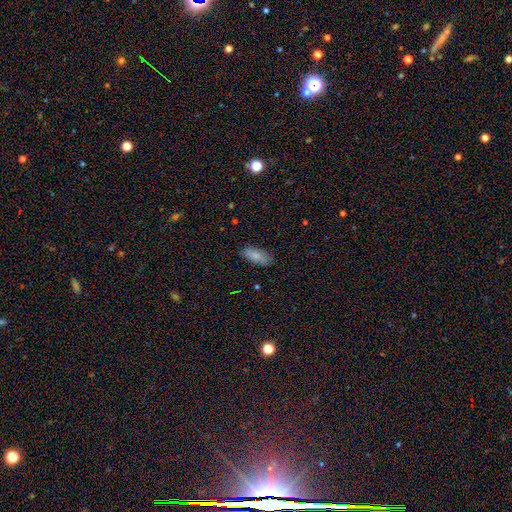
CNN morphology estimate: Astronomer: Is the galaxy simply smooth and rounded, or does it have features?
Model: smooth — 82%.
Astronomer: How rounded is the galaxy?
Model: in between — 82%.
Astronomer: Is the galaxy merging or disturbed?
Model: none — 83%.